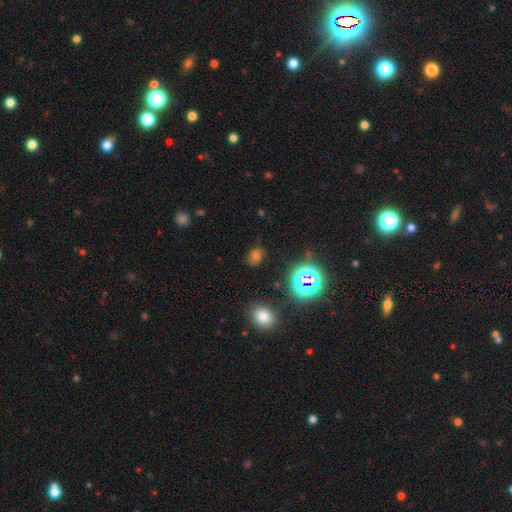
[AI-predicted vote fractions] smooth_or_featured: smooth (p=0.48) [alt: star or artifact p=0.42]
merging: none (p=0.78) [alt: minor disturbance p=0.14]